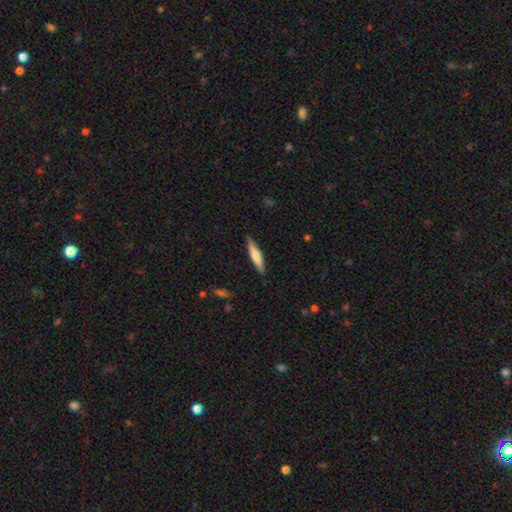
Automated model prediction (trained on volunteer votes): Smooth or featured: smooth — 62% (featured or disk — 32%)
How rounded: cigar-shaped — 86% (in between — 12%)
Merging: none — 89% (minor disturbance — 9%)